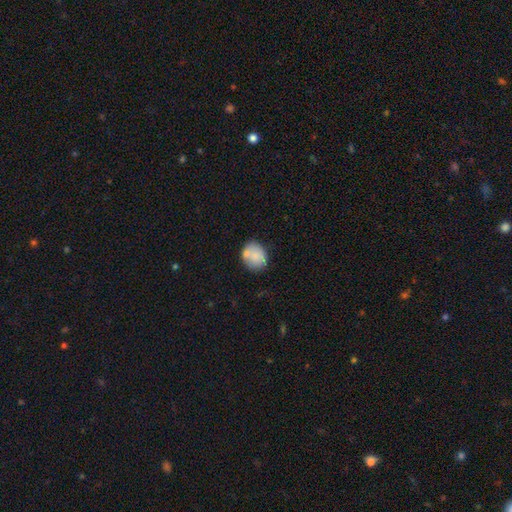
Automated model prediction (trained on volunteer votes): A smooth galaxy with no disk features (78%) that is round (64%).

Vote fractions:
- Smooth or featured? smooth: 78% / featured or disk: 14% / star or artifact: 8%
- How rounded? round: 64% / in between: 35% / cigar-shaped: 1%
- Merging? none: 58% / minor disturbance: 19% / merger: 18% / major disturbance: 5%